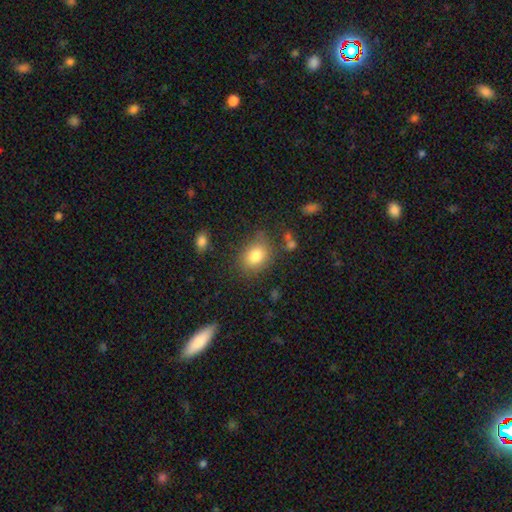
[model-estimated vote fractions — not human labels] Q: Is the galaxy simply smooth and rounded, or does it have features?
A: smooth — 80%.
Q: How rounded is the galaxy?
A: in between — 57%.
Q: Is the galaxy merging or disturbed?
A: none — 75%.